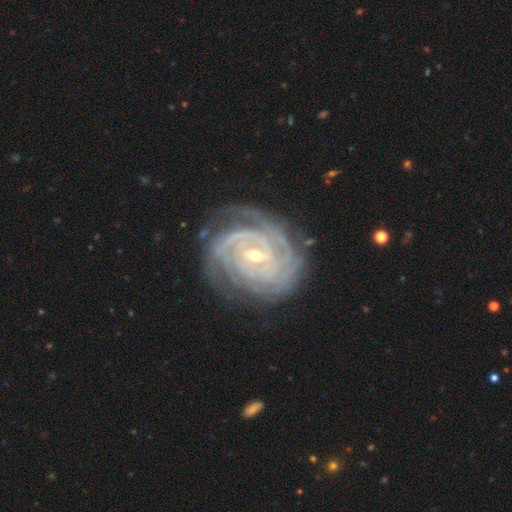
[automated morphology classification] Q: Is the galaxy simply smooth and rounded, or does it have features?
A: featured or disk — 92%.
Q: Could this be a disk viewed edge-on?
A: no — 97%.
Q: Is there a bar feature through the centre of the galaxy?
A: weak — 49%.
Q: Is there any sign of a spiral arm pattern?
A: yes — 98%.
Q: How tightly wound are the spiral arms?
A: tight — 85%.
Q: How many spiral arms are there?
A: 4 — 25%.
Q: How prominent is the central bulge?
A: small — 55%.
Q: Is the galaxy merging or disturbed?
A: none — 75%.